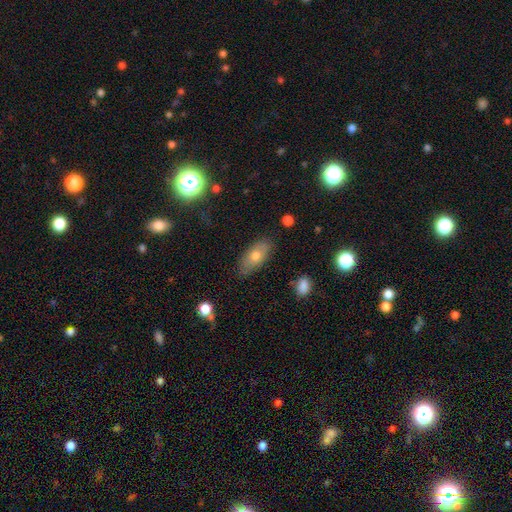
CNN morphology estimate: This is likely a smooth galaxy (68%). How rounded: clearly in between (85%). Merging: clearly none (81%).